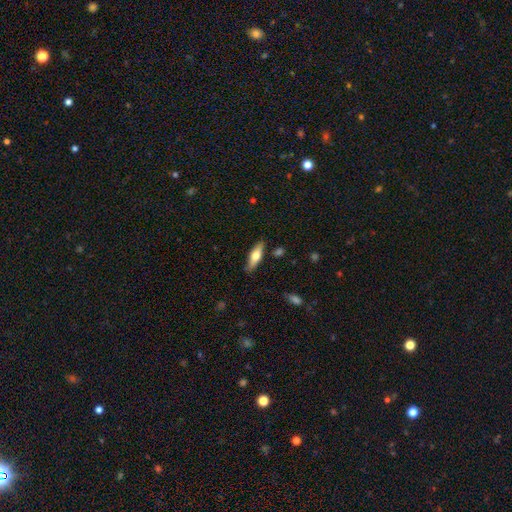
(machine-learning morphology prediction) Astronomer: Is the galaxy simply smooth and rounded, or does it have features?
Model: smooth — 59% (runner-up: featured or disk, 35%).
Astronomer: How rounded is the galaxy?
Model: cigar-shaped — 50% (runner-up: in between, 48%).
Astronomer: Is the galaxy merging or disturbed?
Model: none — 84%.